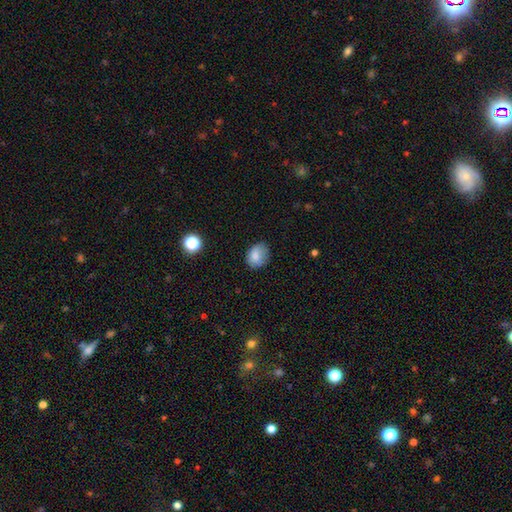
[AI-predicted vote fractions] A smooth galaxy with no disk features (81%) that is in between round and cigar-shaped (53%). Merging: none (67%).